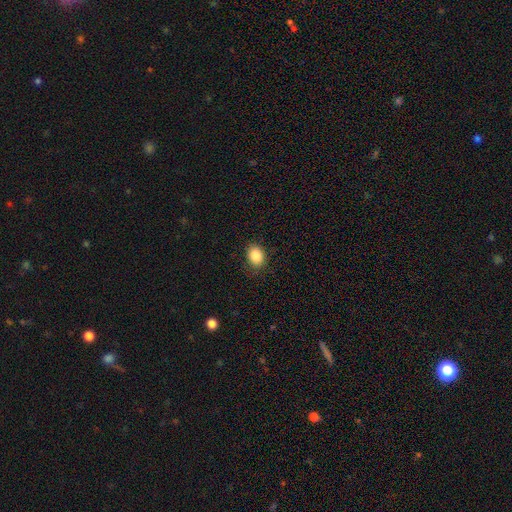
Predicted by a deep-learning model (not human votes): Smooth or featured? Predicted: smooth (p=0.85). How rounded? Predicted: in between (p=0.62). Merging? Predicted: none (p=0.85).